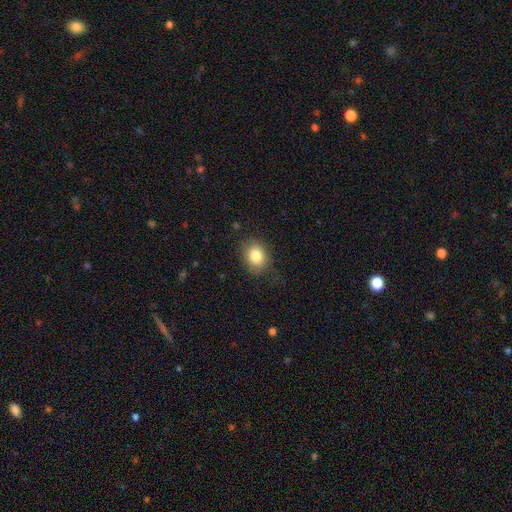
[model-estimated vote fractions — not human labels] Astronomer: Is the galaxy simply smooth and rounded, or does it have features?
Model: smooth — 82%.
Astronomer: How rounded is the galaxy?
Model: in between — 52% (runner-up: round, 47%).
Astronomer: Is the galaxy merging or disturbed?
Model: none — 79%.